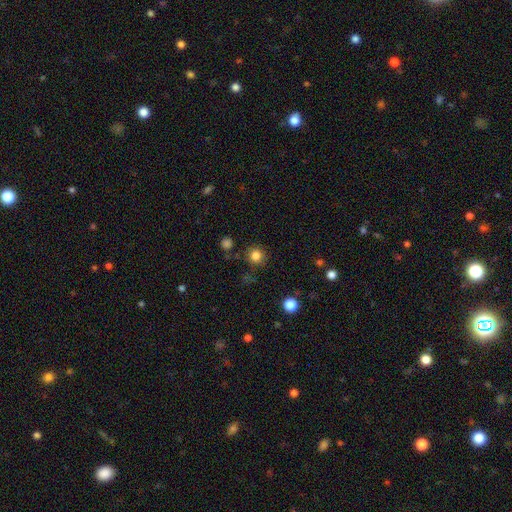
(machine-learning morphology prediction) Smooth or featured? smooth (82%)
How rounded? round (93%)
Merging? none (87%)